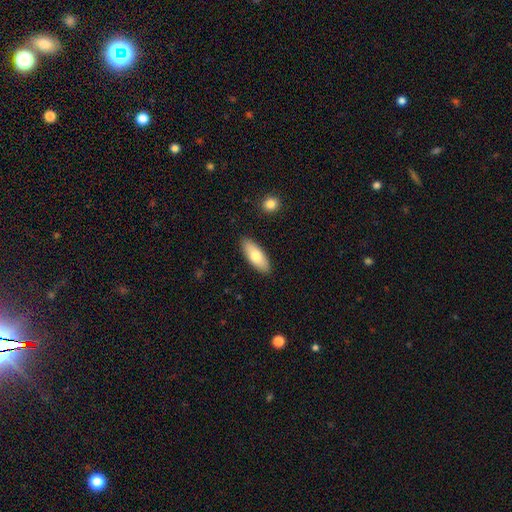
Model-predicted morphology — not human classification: type=smooth (74%); roundness=in between (77%); merging=none (88%).